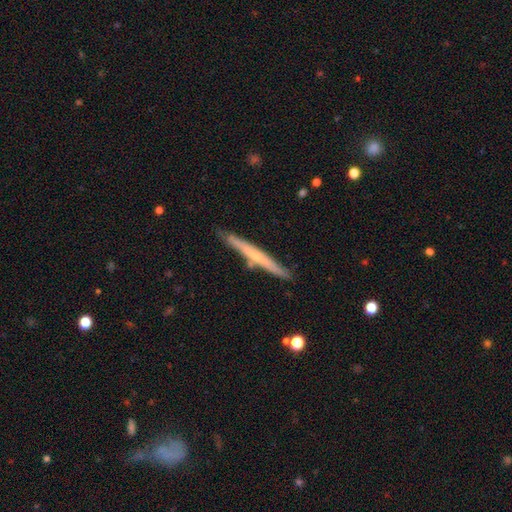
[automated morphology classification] A featured or disk galaxy (56%) viewed edge-on (96%) with no central bulge (52%). Merging: none (84%).